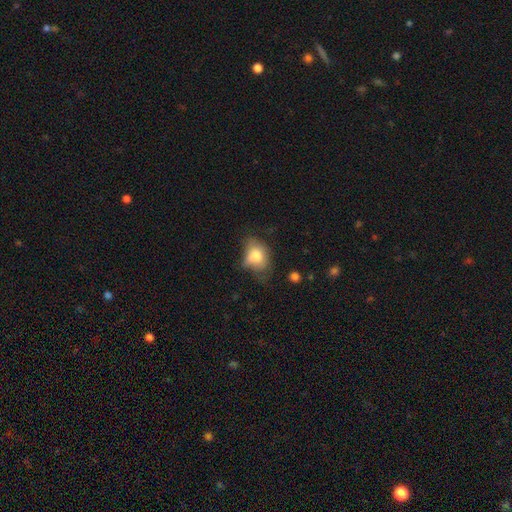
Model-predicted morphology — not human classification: smooth_or_featured: smooth (p=0.74) [alt: featured or disk p=0.16]
how_rounded: in between (p=0.69) [alt: round p=0.30]
merging: minor disturbance (p=0.36) [alt: none p=0.34]